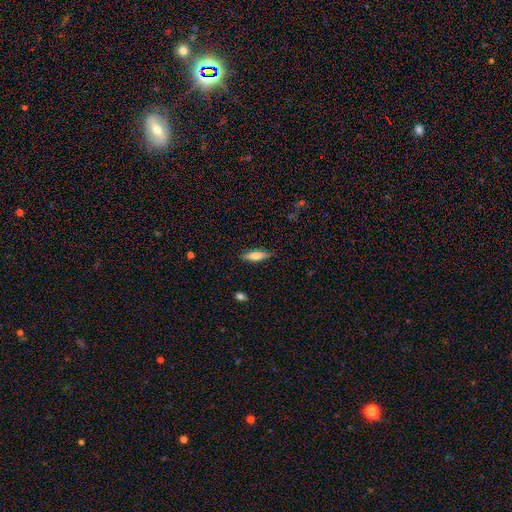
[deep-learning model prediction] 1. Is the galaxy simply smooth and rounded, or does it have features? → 63% smooth, 30% featured or disk, 7% star or artifact.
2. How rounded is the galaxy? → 55% cigar-shaped, 43% in between, 2% round.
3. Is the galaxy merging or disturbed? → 85% none, 11% minor disturbance, 2% major disturbance, 1% merger.